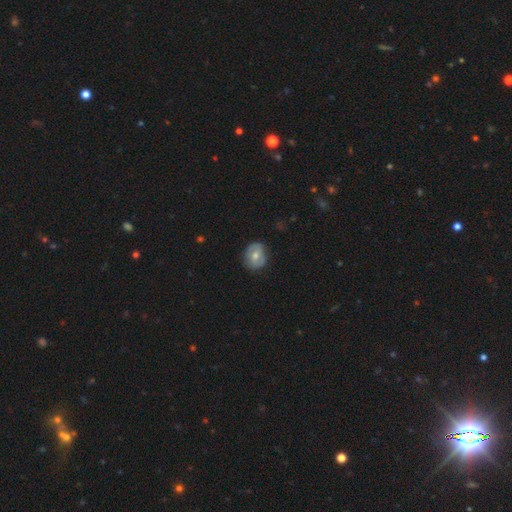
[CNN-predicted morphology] This appears to be a smooth galaxy with no disk features (54%) that is round (61%). Merging: none (76%).